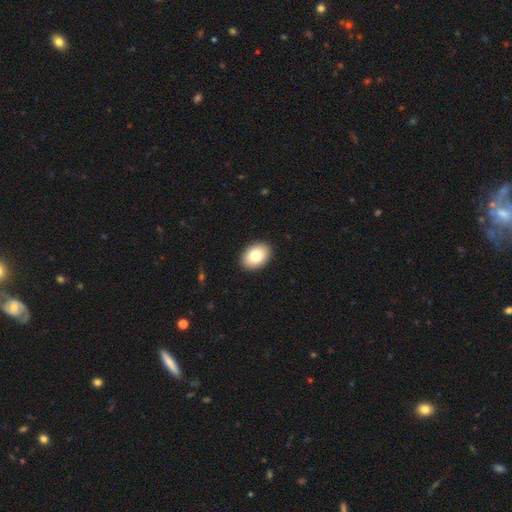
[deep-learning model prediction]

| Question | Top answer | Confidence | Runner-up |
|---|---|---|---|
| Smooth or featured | smooth | 80% | featured or disk (12%) |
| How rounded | in between | 83% | round (16%) |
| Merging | none | 91% | minor disturbance (6%) |